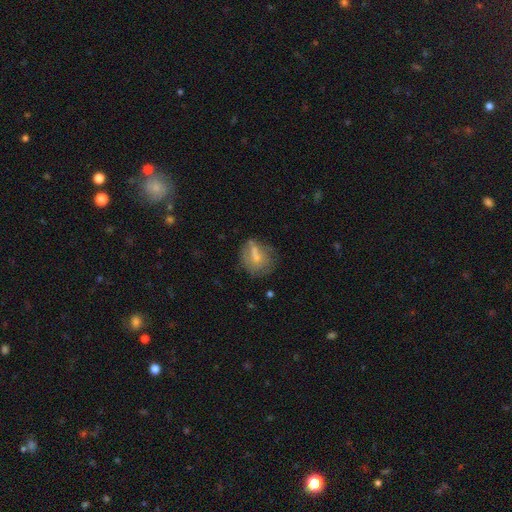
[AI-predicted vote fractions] Smooth or featured? smooth (56%)
How rounded? round (49%)
Merging? none (52%)